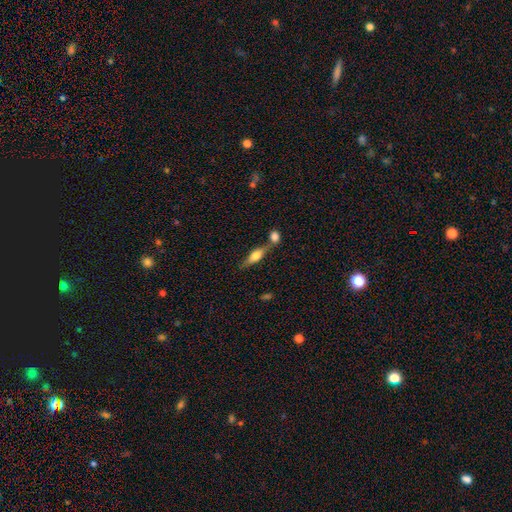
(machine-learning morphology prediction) smooth_or_featured: featured or disk (p=0.50) [alt: smooth p=0.43]
merging: none (p=0.54) [alt: merger p=0.31]